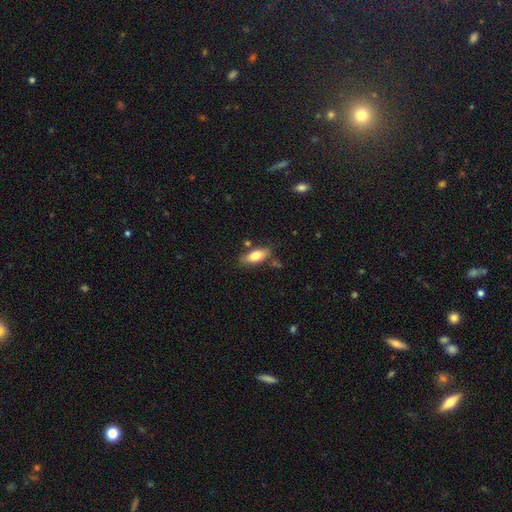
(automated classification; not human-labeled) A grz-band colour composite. It shows a smooth galaxy with no disk features (78%) that is in between round and cigar-shaped (81%). Merging: none (74%).